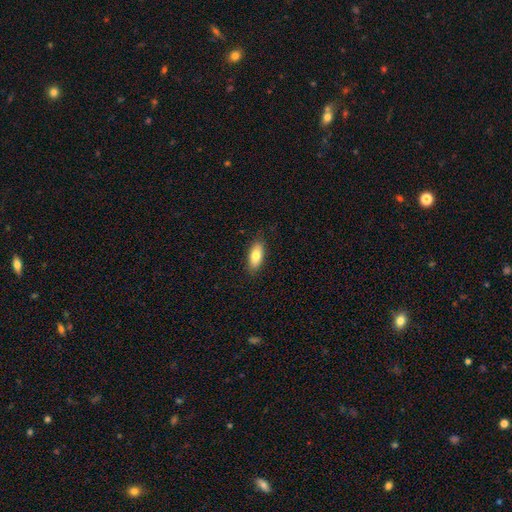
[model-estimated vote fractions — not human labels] This is clearly a smooth galaxy (81%). How rounded: clearly in between (83%). Merging: clearly none (87%).